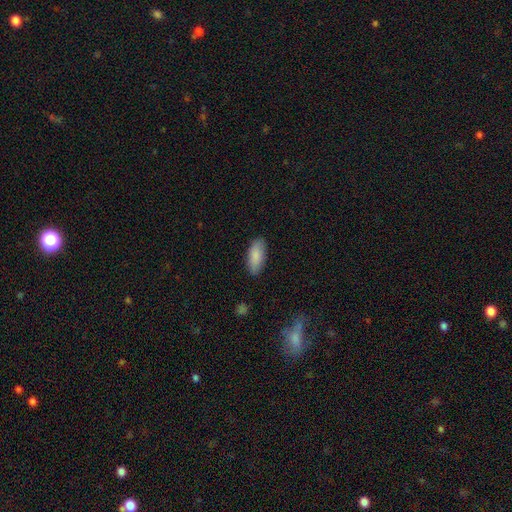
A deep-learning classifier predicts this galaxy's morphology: This is clearly a smooth galaxy (87%). How rounded: clearly in between (85%). Merging: clearly none (85%).